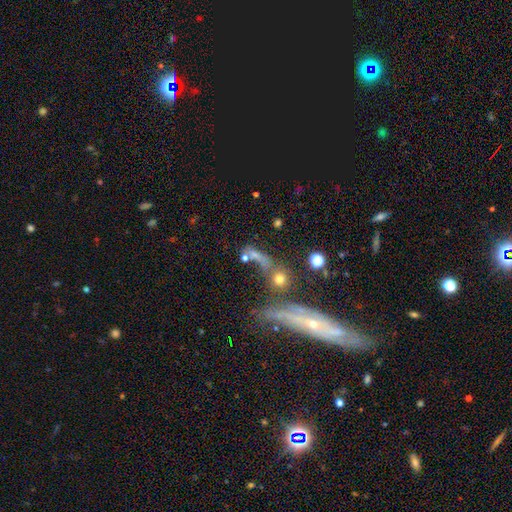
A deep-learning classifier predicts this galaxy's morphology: This appears to be a smooth galaxy with no disk features (52%) that is round (37%). Merging: none (37%).